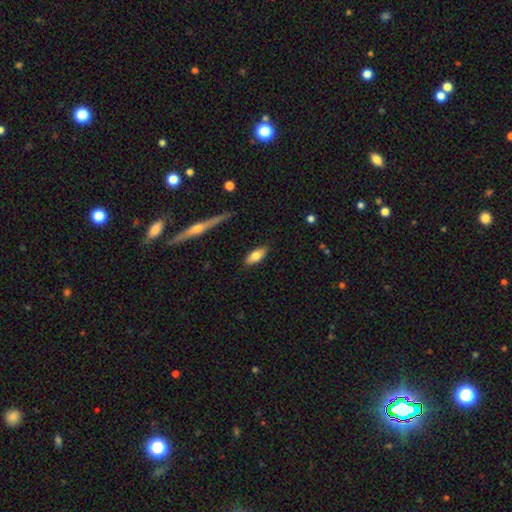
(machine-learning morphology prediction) This is likely a smooth galaxy (73%). How rounded: clearly in between (83%). Merging: clearly none (85%).